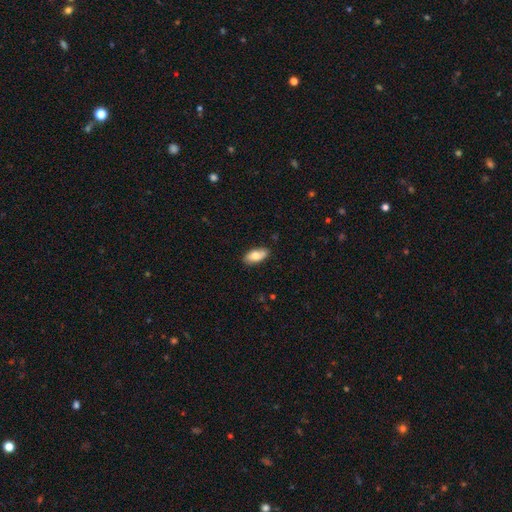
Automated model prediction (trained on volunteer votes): This appears to be a smooth galaxy with no disk features (74%) that is in between round and cigar-shaped (91%). Merging: none (81%).